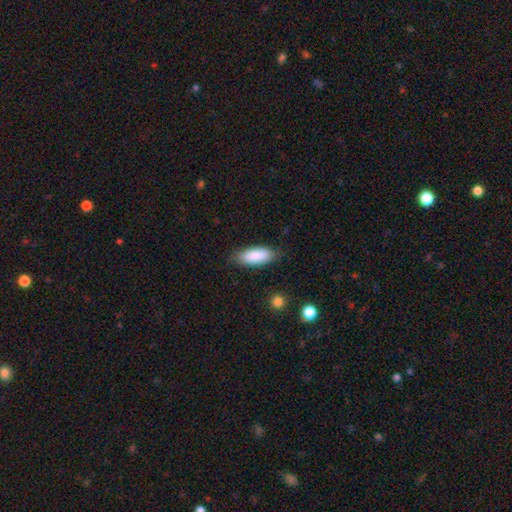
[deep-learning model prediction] Morphology: type=smooth (88%); roundness=in between (78%); merging=none (82%).